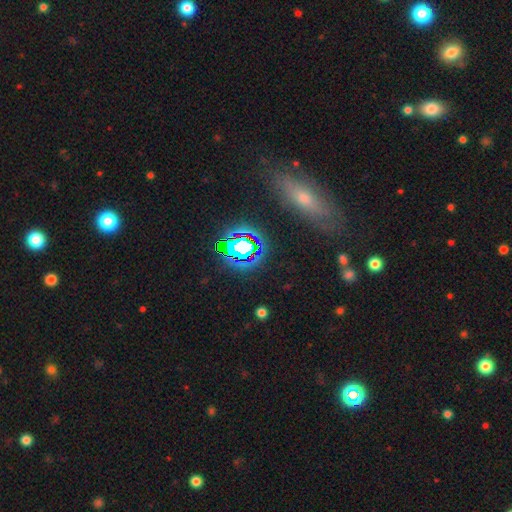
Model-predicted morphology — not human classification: star or artifact 43%, smooth 31%, featured or disk 26%.